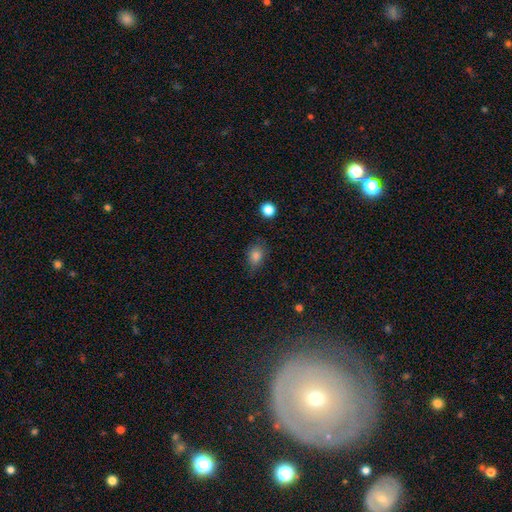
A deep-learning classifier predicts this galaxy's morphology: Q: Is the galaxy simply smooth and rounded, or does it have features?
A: smooth — 83%.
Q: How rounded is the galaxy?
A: in between — 68%.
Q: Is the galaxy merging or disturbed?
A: none — 72%.